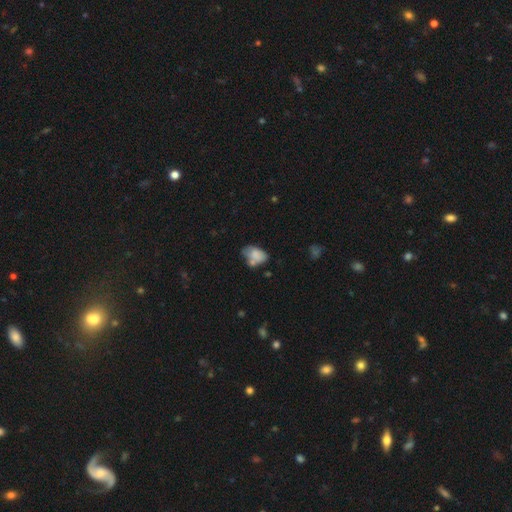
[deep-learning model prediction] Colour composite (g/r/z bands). It shows a smooth galaxy with no disk features (72%) that is in between round and cigar-shaped (87%). Merging: none (34%).